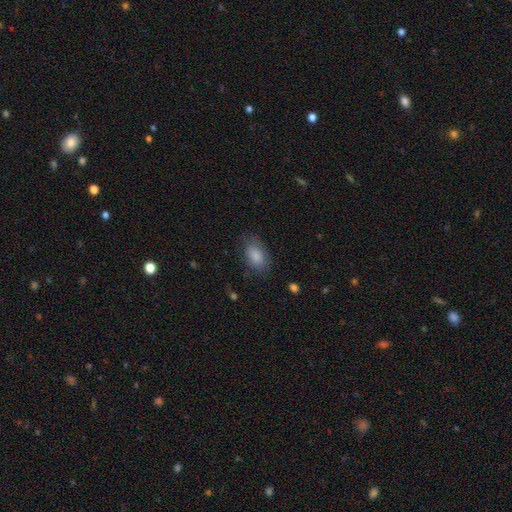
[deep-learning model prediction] The model was most divided on "merging": none: 74%, minor disturbance: 18%, major disturbance: 6%, merger: 1%. More confident: how rounded — in between (90%); smooth or featured — smooth (85%).